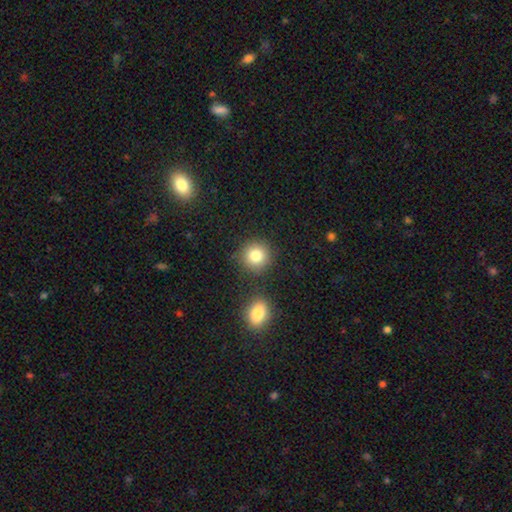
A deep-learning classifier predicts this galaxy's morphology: This appears to be a smooth galaxy with no disk features (82%) that is round (91%). Merging: none (80%).